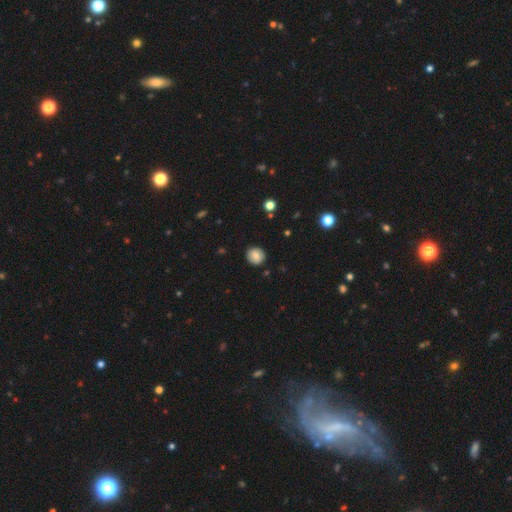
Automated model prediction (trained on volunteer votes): Smooth or featured? Predicted: smooth (p=0.78). How rounded? Predicted: round (p=0.88). Merging? Predicted: none (p=0.89).